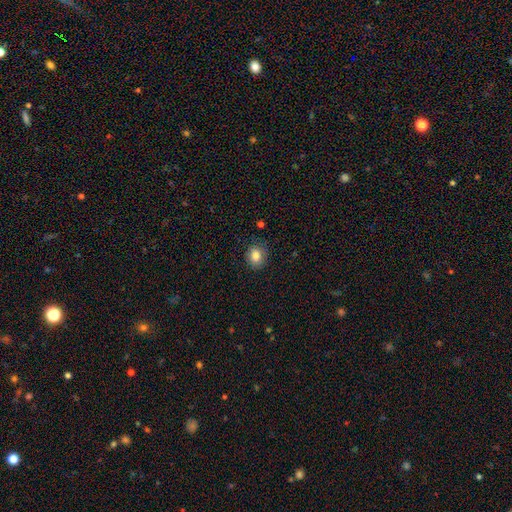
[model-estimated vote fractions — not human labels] Smooth or featured? smooth (84%)
How rounded? round (60%)
Merging? none (84%)